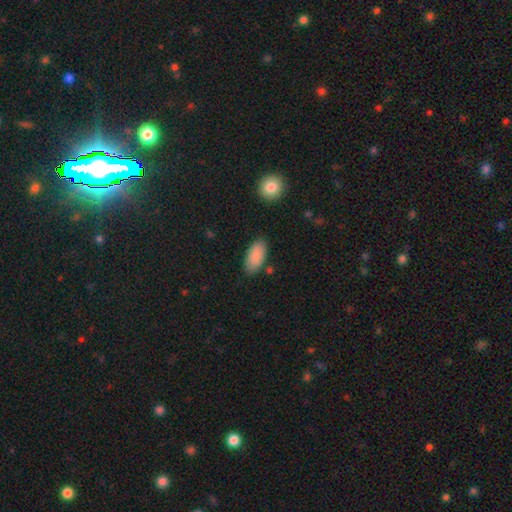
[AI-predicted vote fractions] Overall: smooth (90%). How rounded: in between (91%). Merging: none (83%).